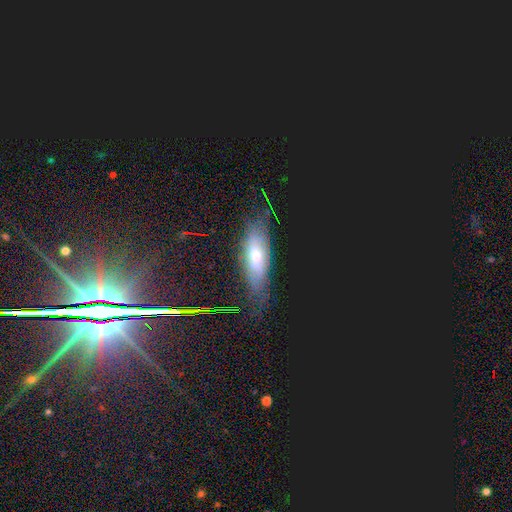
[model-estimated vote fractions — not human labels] Smooth or featured? featured or disk (43%)
Merging? none (69%)